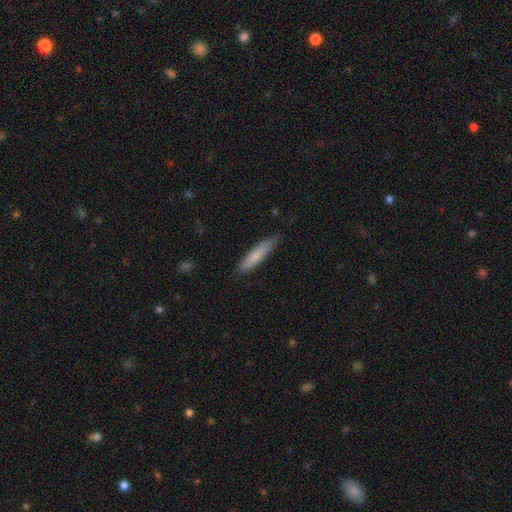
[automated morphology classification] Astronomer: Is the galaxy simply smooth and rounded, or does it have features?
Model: smooth — 76%.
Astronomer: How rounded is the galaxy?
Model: cigar-shaped — 85%.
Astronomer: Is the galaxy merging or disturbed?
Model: none — 80%.